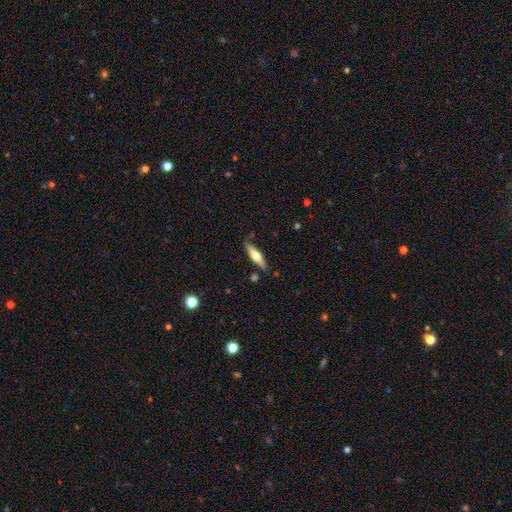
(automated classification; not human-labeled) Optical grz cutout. It shows a featured or disk galaxy (50%). Merging: none (79%).